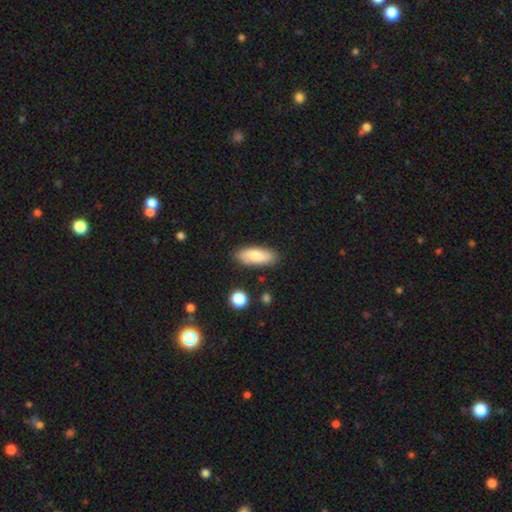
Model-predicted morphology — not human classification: Smooth or featured? smooth (77%)
How rounded? in between (77%)
Merging? none (84%)